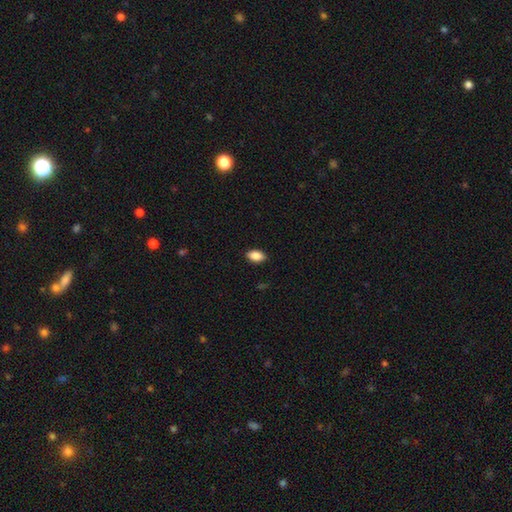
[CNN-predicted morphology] smooth_or_featured: smooth (p=0.88) [alt: star or artifact p=0.07]
how_rounded: in between (p=0.91) [alt: round p=0.06]
merging: none (p=0.89) [alt: minor disturbance p=0.08]